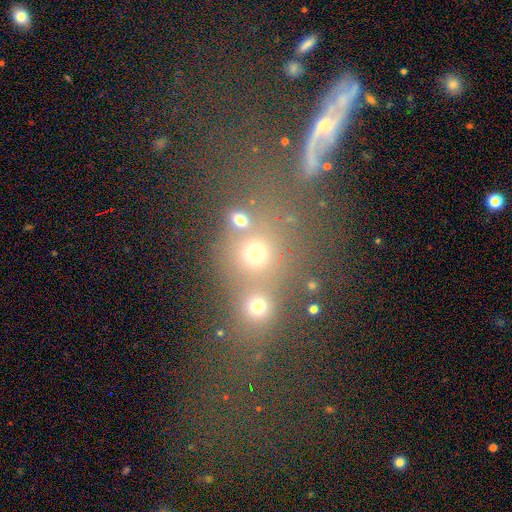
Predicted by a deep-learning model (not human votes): Smooth or featured? star or artifact (46%)